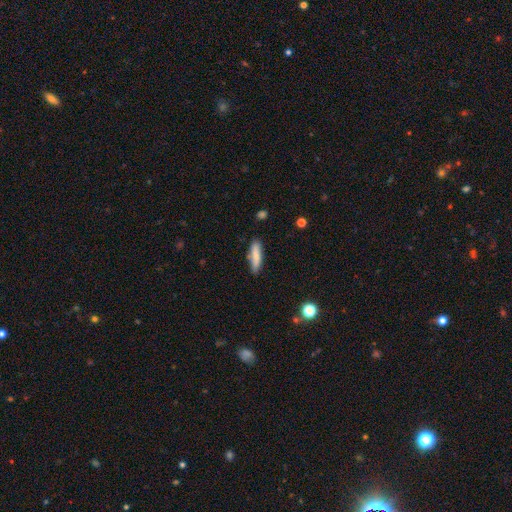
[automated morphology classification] smooth_or_featured: smooth (p=0.78) [alt: featured or disk p=0.16]
how_rounded: cigar-shaped (p=0.72) [alt: in between p=0.26]
merging: none (p=0.79) [alt: minor disturbance p=0.16]